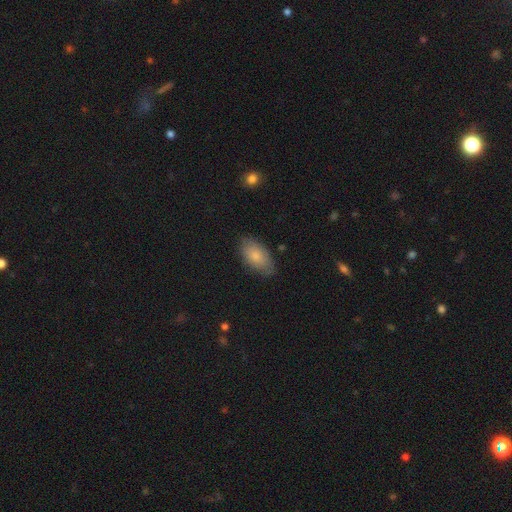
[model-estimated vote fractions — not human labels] This appears to be a smooth galaxy with no disk features (79%) that is in between round and cigar-shaped (93%). Merging: none (76%).